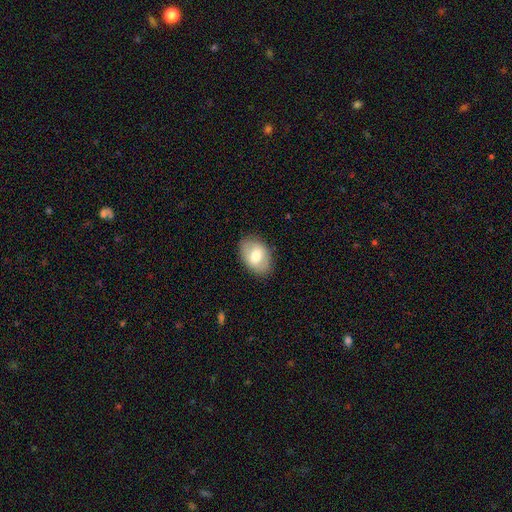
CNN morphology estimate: Smooth or featured? smooth (67%)
How rounded? in between (83%)
Merging? none (85%)